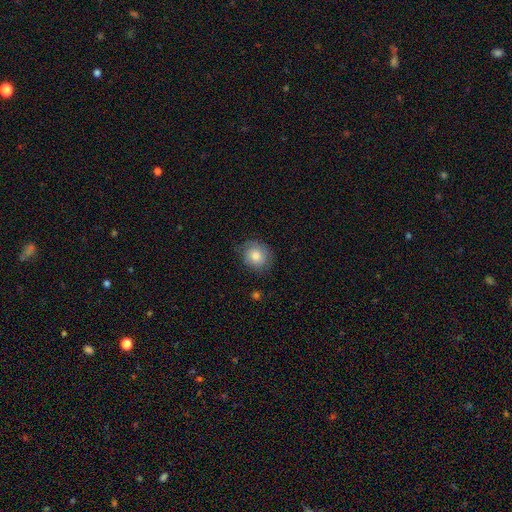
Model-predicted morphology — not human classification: Smooth or featured: smooth — 79% (featured or disk — 13%)
How rounded: round — 78% (in between — 21%)
Merging: none — 74% (minor disturbance — 20%)